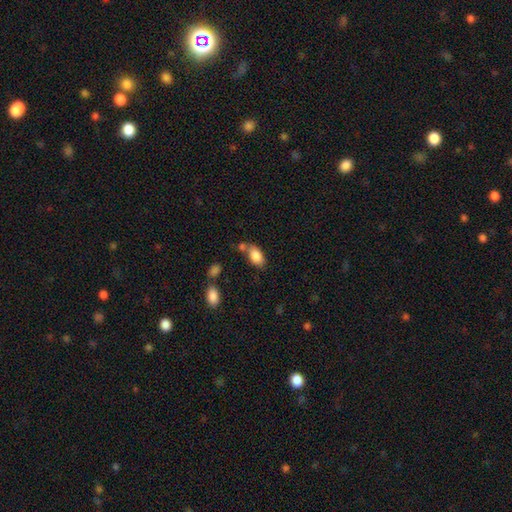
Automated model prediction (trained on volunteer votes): smooth_or_featured: smooth (p=0.85) [alt: featured or disk p=0.08]
how_rounded: in between (p=0.91) [alt: round p=0.05]
merging: none (p=0.57) [alt: merger p=0.19]